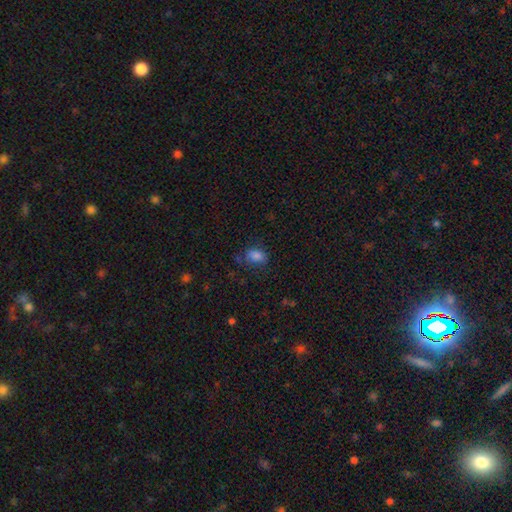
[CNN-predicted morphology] This is clearly a smooth galaxy (82%). How rounded: clearly in between (82%). Merging: likely none (67%).